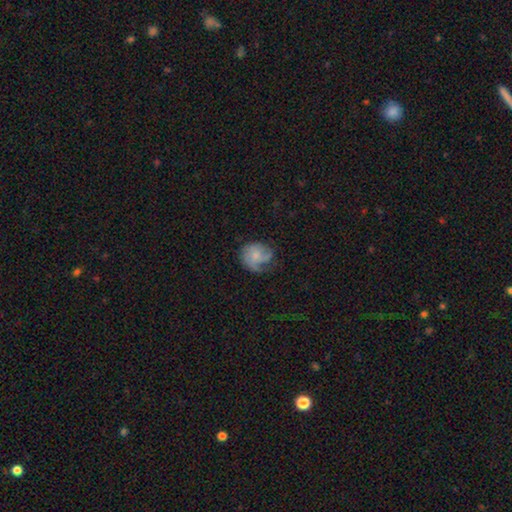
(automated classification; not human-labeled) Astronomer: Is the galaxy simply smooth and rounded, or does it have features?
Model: featured or disk — 55% (runner-up: smooth, 37%).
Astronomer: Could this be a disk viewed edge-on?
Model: no — 98%.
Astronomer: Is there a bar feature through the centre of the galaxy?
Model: no — 74%.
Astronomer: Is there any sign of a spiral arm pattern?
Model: yes — 86%.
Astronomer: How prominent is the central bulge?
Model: small — 58%.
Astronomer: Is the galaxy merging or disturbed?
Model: none — 52%.